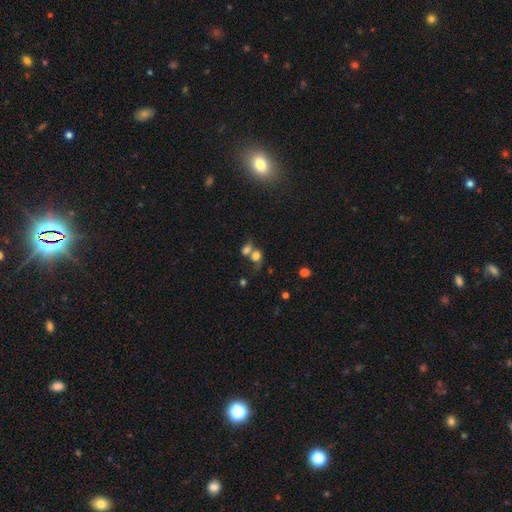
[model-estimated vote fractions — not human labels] Smooth or featured? Predicted: smooth (p=0.67). How rounded? Predicted: in between (p=0.49). Merging? Predicted: merger (p=0.60).